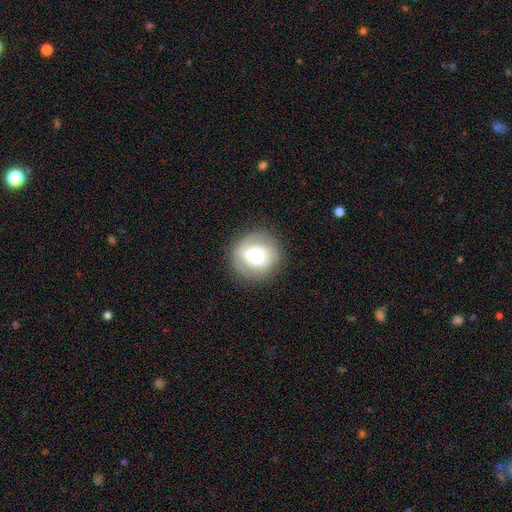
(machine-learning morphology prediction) A smooth galaxy with no disk features (53%) that is round (90%). Merging: none (83%).